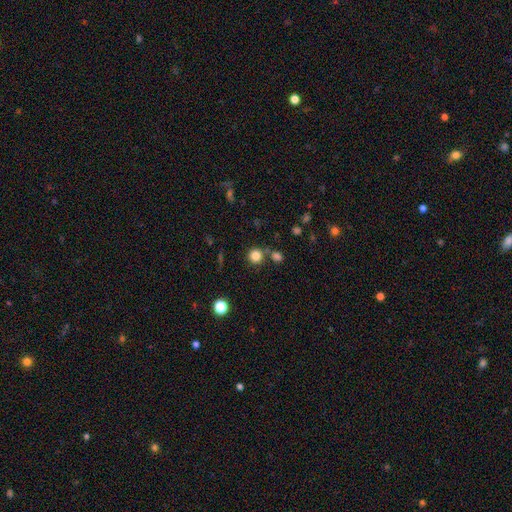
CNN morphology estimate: Smooth or featured: smooth — 83% (star or artifact — 13%)
How rounded: round — 91% (in between — 8%)
Merging: none — 76% (merger — 12%)